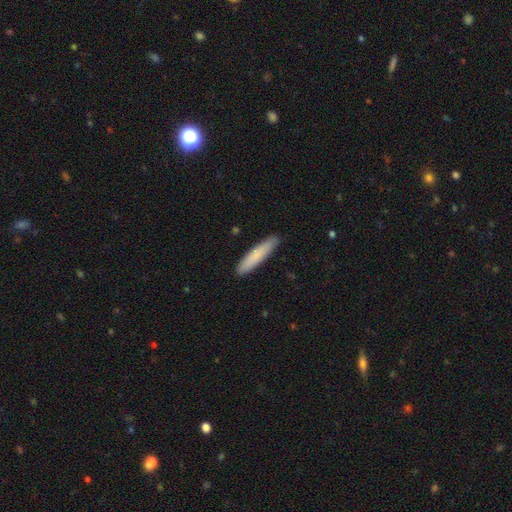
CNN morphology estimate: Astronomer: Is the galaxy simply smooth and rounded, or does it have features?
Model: smooth — 82%.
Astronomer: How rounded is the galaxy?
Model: cigar-shaped — 88%.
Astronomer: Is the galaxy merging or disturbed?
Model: none — 89%.